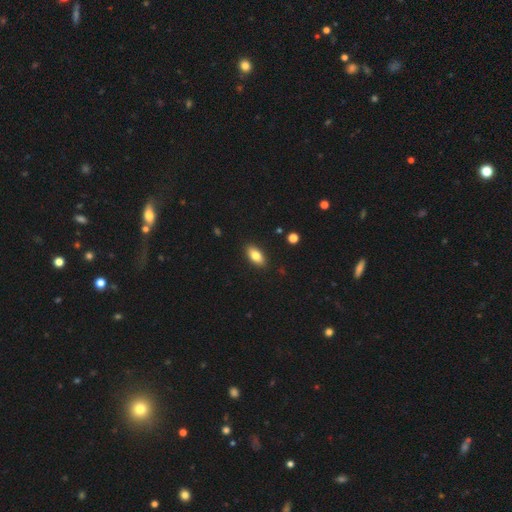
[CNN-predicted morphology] Smooth or featured: smooth — 80% (featured or disk — 13%)
How rounded: in between — 89% (cigar-shaped — 7%)
Merging: none — 89% (minor disturbance — 8%)